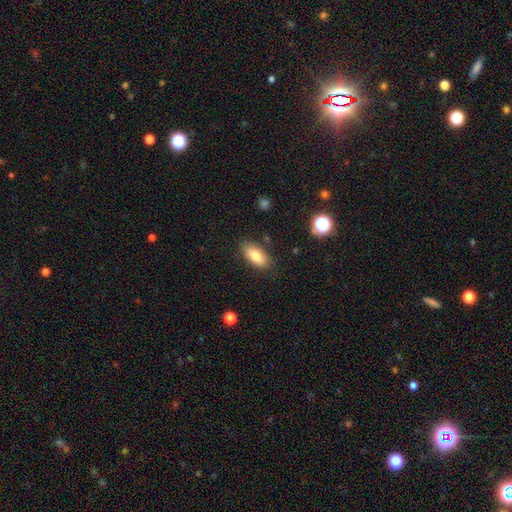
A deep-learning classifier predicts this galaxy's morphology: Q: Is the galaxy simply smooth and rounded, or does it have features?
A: smooth — 81%.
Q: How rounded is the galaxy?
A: in between — 86%.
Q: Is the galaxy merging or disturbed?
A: none — 83%.